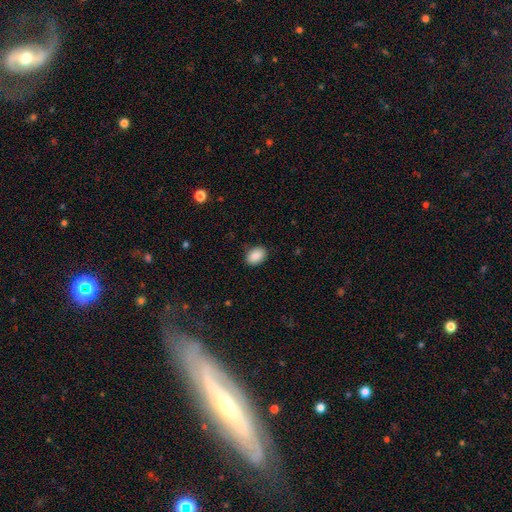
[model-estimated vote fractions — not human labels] A smooth galaxy with no disk features (89%) that is in between round and cigar-shaped (85%).

Vote fractions:
- Smooth or featured? smooth: 89% / star or artifact: 7% / featured or disk: 4%
- How rounded? in between: 85% / round: 14% / cigar-shaped: 1%
- Merging? none: 87% / minor disturbance: 9% / major disturbance: 2% / merger: 1%